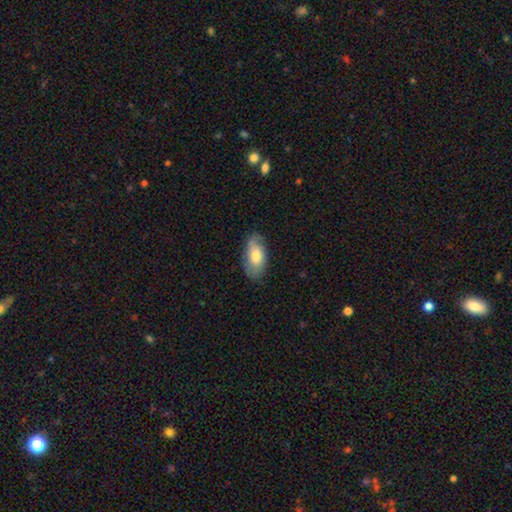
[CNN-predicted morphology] Smooth or featured?
  - smooth: 64% *
  - featured or disk: 30%
  - star or artifact: 6%
How rounded?
  - in between: 93% *
  - round: 4%
  - cigar-shaped: 3%
Merging?
  - none: 75% *
  - minor disturbance: 19%
  - major disturbance: 5%
  - merger: 1%